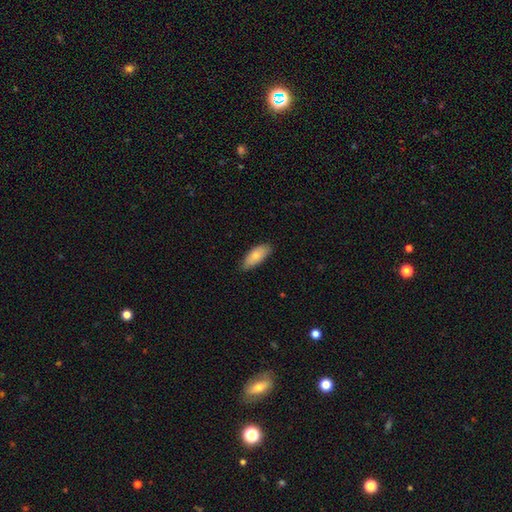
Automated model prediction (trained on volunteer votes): Q: Smooth or featured?
A: smooth (79%); runner-up: featured or disk (15%)
Q: How rounded?
A: in between (83%); runner-up: cigar-shaped (15%)
Q: Merging?
A: none (80%); runner-up: minor disturbance (16%)